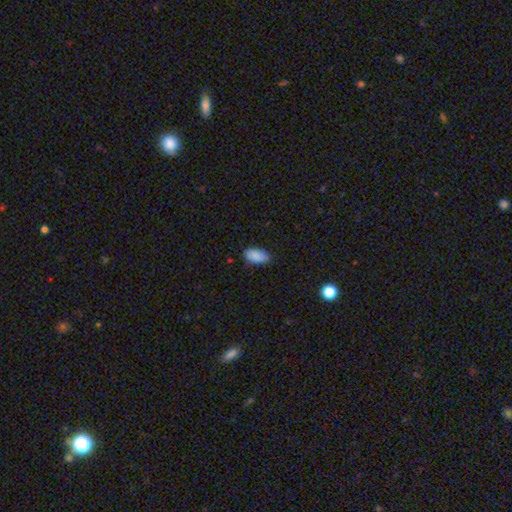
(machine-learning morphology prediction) Smooth or featured: smooth — 90% (star or artifact — 7%)
How rounded: in between — 93% (cigar-shaped — 4%)
Merging: none — 84% (minor disturbance — 13%)